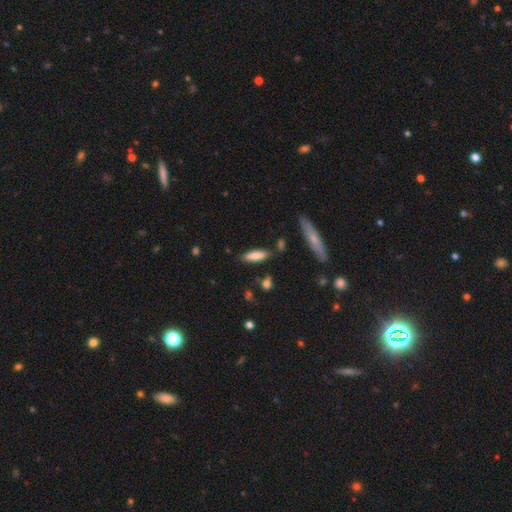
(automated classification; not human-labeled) Q: Smooth or featured?
A: smooth (78%); runner-up: featured or disk (15%)
Q: How rounded?
A: cigar-shaped (60%); runner-up: in between (38%)
Q: Merging?
A: none (79%); runner-up: minor disturbance (13%)